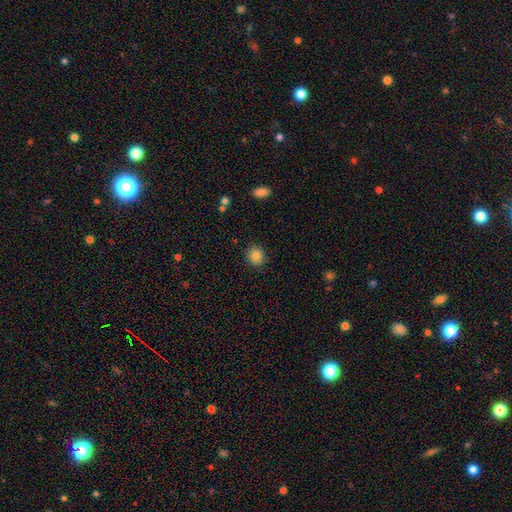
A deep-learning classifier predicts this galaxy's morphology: smooth 84%, star or artifact 10%, featured or disk 6%. Down the decision tree: how rounded — round (84%); merging — none (89%).